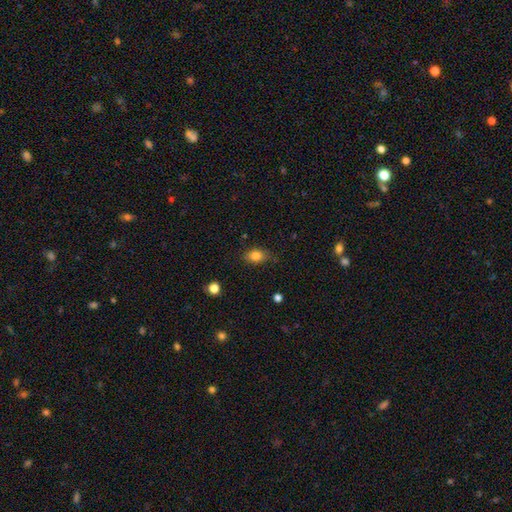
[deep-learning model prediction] smooth 82%, star or artifact 10%, featured or disk 8%. Down the decision tree: how rounded — in between (70%); merging — none (76%).